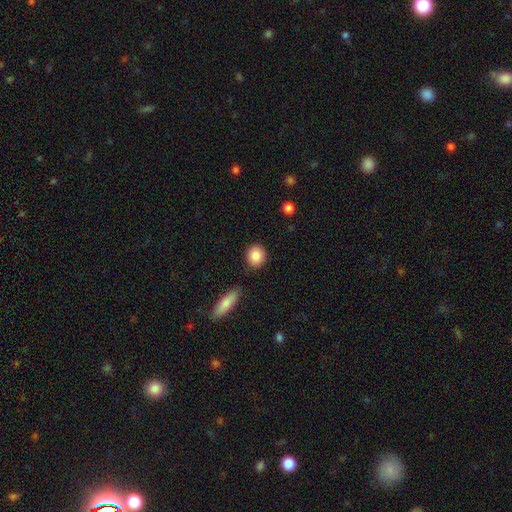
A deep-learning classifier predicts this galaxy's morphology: Smooth or featured?
  - smooth: 87% *
  - star or artifact: 8%
  - featured or disk: 6%
How rounded?
  - round: 81% *
  - in between: 17%
  - cigar-shaped: 2%
Merging?
  - none: 85% *
  - minor disturbance: 9%
  - merger: 4%
  - major disturbance: 2%